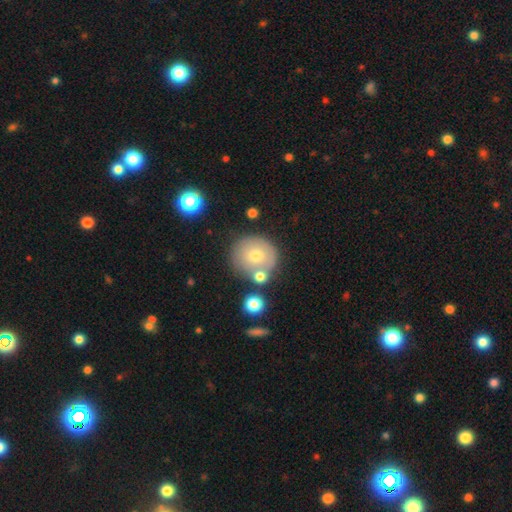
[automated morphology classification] Smooth or featured? smooth (65%)
How rounded? round (91%)
Merging? none (68%)